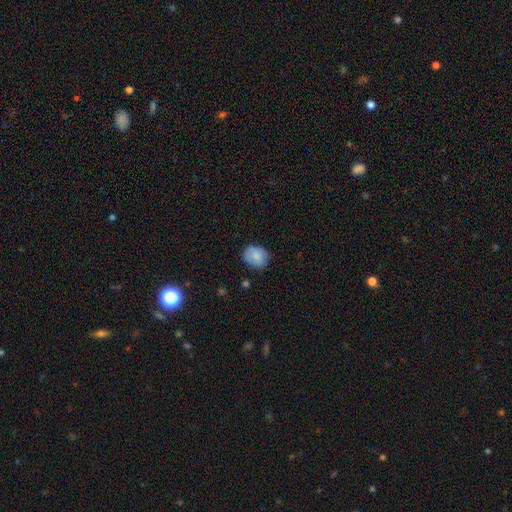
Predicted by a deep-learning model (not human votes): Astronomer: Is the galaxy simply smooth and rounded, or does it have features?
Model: smooth — 81%.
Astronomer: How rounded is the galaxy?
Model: round — 57% (runner-up: in between, 42%).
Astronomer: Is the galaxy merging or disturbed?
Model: none — 77%.